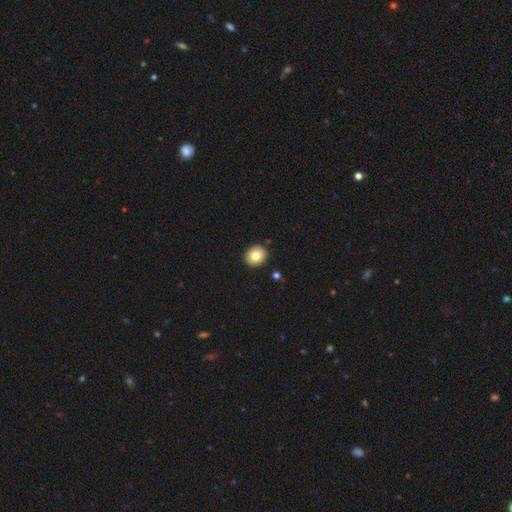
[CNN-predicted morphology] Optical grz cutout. It shows a smooth galaxy with no disk features (81%) that is round (76%). Merging: none (91%).